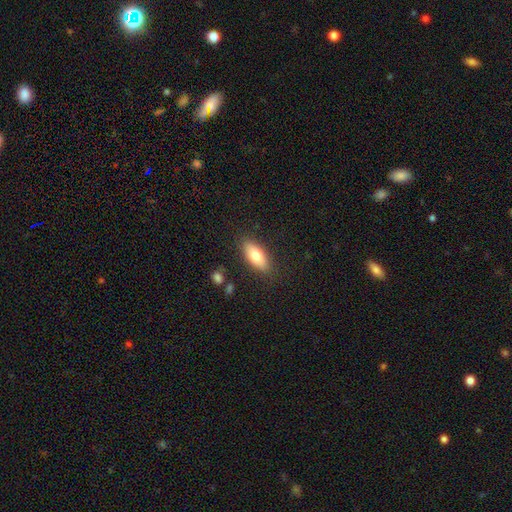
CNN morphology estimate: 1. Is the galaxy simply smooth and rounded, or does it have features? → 78% smooth, 16% featured or disk, 6% star or artifact.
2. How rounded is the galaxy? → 83% in between, 15% cigar-shaped, 3% round.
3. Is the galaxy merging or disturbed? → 85% none, 10% minor disturbance, 3% major disturbance, 2% merger.